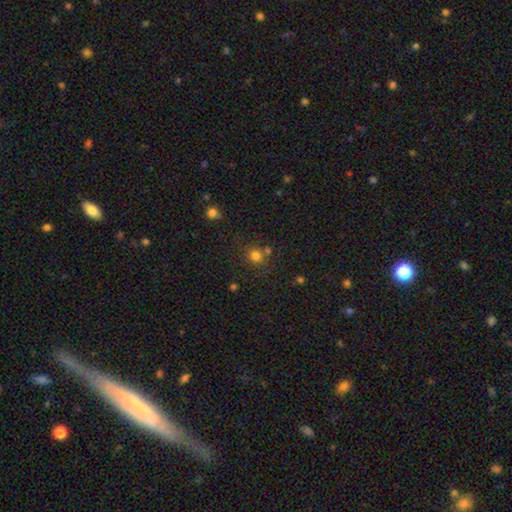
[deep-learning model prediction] Smooth or featured?
  - smooth: 78% *
  - star or artifact: 16%
  - featured or disk: 7%
How rounded?
  - round: 88% *
  - in between: 11%
  - cigar-shaped: 1%
Merging?
  - none: 70% *
  - merger: 16%
  - minor disturbance: 10%
  - major disturbance: 4%